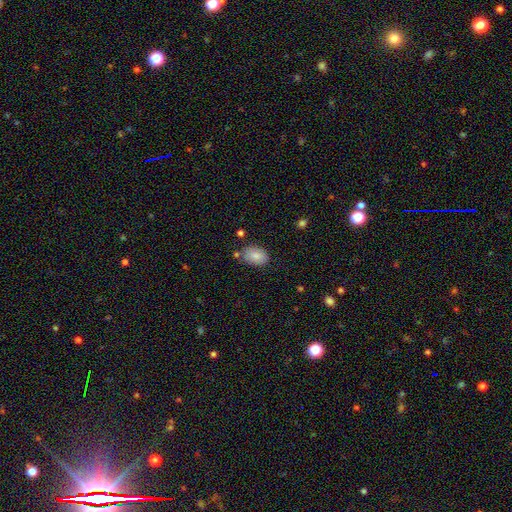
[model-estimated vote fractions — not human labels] Q: Smooth or featured?
A: smooth (85%); runner-up: featured or disk (8%)
Q: How rounded?
A: in between (84%); runner-up: round (15%)
Q: Merging?
A: none (75%); runner-up: minor disturbance (17%)